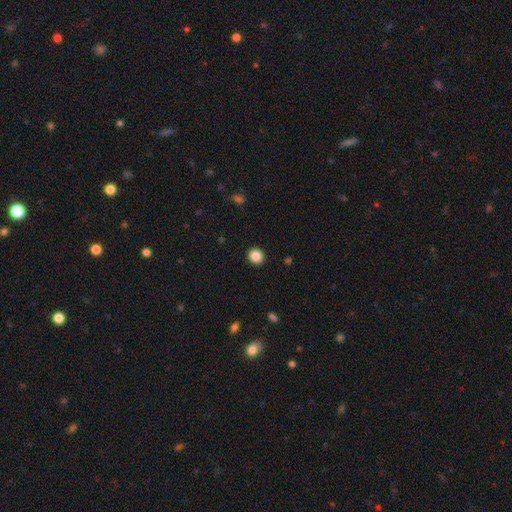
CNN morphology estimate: smooth 87%, star or artifact 10%, featured or disk 3%. Down the decision tree: how rounded — round (88%); merging — none (92%).